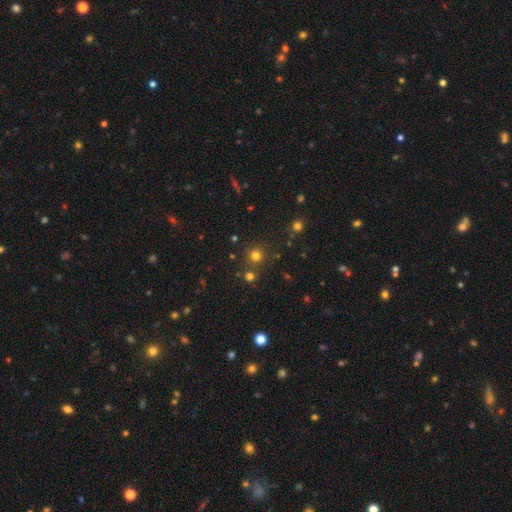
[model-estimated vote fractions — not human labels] smooth 71%, star or artifact 23%, featured or disk 6%. Down the decision tree: how rounded — round (93%); merging — none (79%).